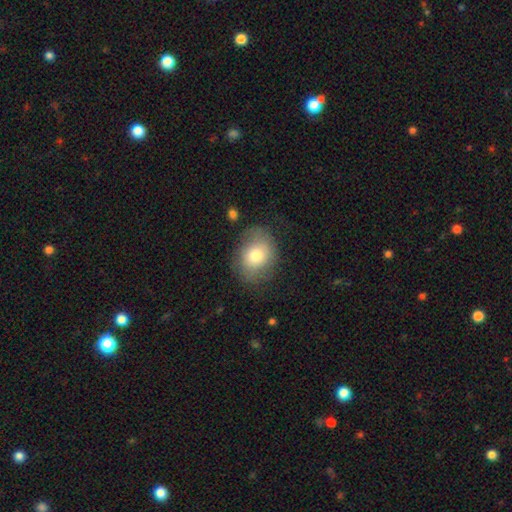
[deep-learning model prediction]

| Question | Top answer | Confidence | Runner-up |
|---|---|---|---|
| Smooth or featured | smooth | 74% | featured or disk (18%) |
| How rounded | in between | 51% | round (48%) |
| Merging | none | 71% | minor disturbance (20%) |